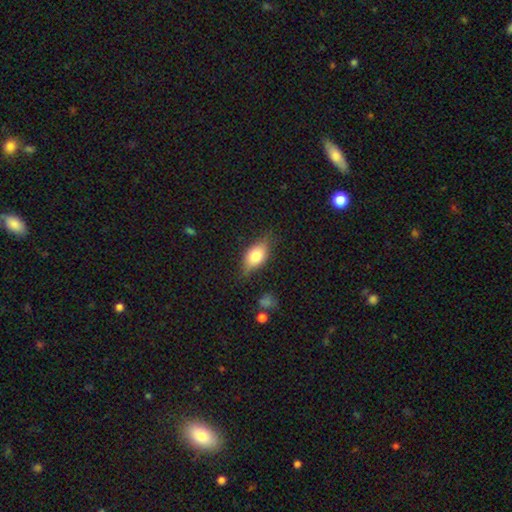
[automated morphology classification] smooth 67%, featured or disk 25%, star or artifact 8%. Down the decision tree: how rounded — in between (83%); merging — none (71%).